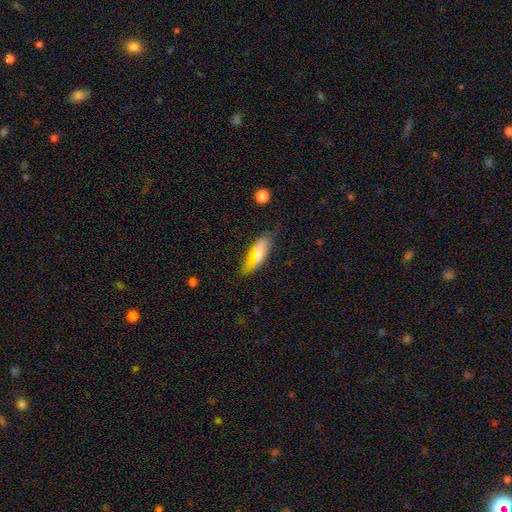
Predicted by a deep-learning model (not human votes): The model was most divided on "how rounded": in between: 62%, cigar-shaped: 35%, round: 2%. More confident: merging — none (74%); smooth or featured — smooth (68%).